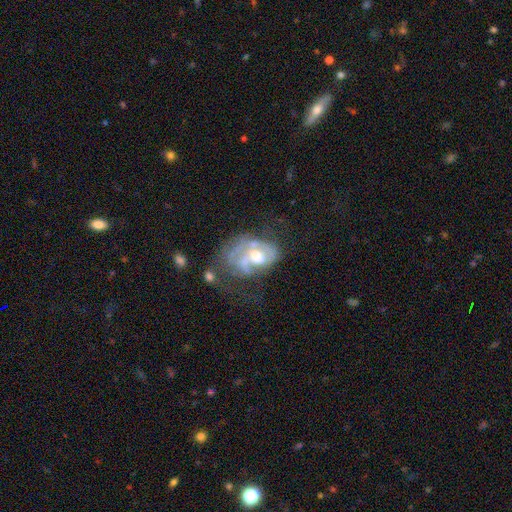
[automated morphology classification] smooth-or-featured: featured or disk: 73% | smooth: 19% | star or artifact: 8%
  disk-edge-on: no: 97% | yes: 3%
    bar: no: 71% | weak: 24% | strong: 5%
    has-spiral-arms: yes: 67% | no: 33%
    bulge-size: moderate: 61% | small: 25% | large: 9% | none: 4% | dominant: 1%
  merging: major disturbance: 37% | none: 29% | minor disturbance: 22% | merger: 12%